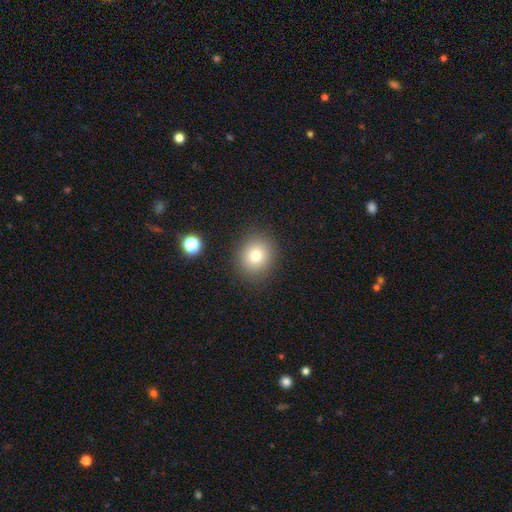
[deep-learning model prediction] The model was most divided on "how rounded": round: 79%, in between: 20%, cigar-shaped: 1%. More confident: merging — none (88%); smooth or featured — smooth (78%).